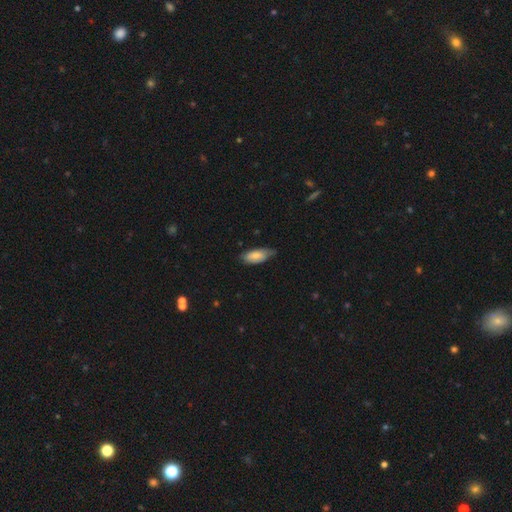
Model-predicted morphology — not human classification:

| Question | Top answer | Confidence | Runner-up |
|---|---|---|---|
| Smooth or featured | smooth | 77% | featured or disk (17%) |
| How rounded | in between | 85% | cigar-shaped (13%) |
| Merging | none | 59% | minor disturbance (34%) |